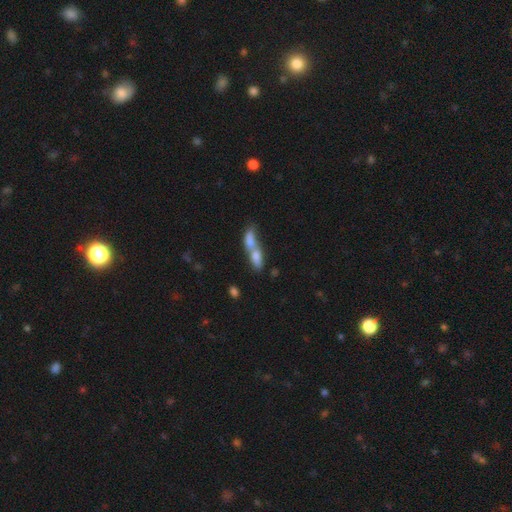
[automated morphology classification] Smooth or featured? smooth (70%)
How rounded? in between (66%)
Merging? merger (73%)